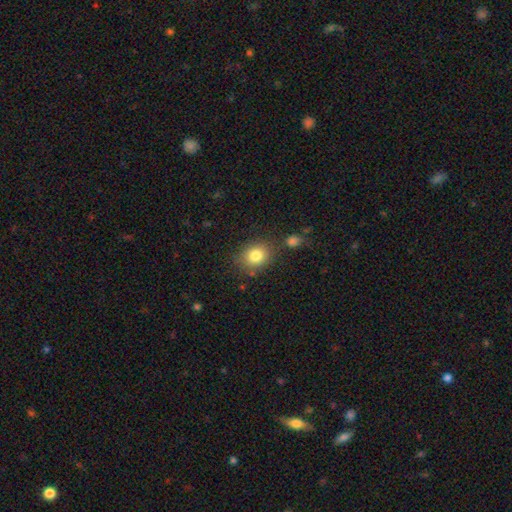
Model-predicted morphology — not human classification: This is clearly a smooth galaxy (82%). How rounded: possibly round (57%). Merging: likely none (75%).